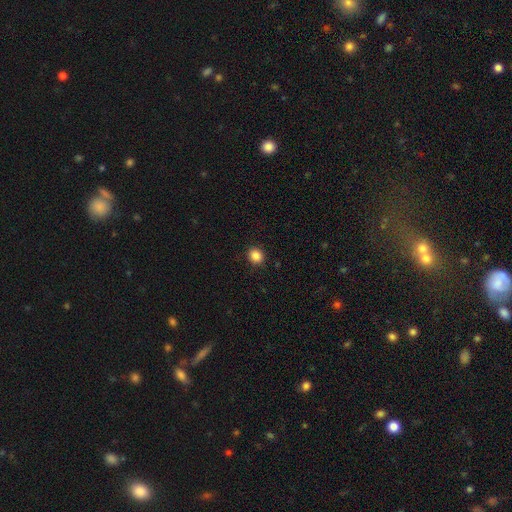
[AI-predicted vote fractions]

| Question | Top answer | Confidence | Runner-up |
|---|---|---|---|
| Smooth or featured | smooth | 87% | star or artifact (10%) |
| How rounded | round | 81% | in between (18%) |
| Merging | none | 91% | minor disturbance (6%) |